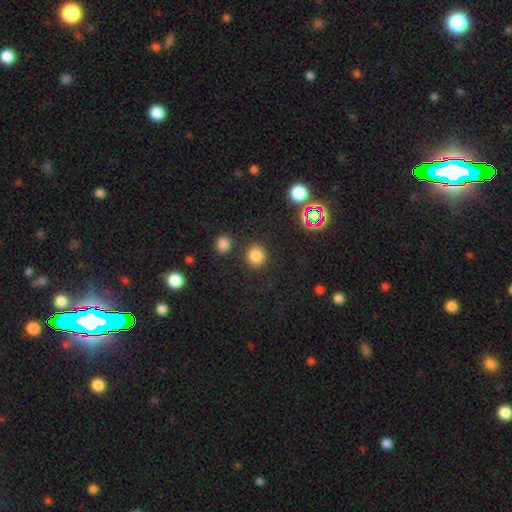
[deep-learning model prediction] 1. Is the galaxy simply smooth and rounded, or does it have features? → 80% smooth, 15% star or artifact, 5% featured or disk.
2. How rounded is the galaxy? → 86% round, 13% in between, 1% cigar-shaped.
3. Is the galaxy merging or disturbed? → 83% none, 8% minor disturbance, 5% merger, 4% major disturbance.